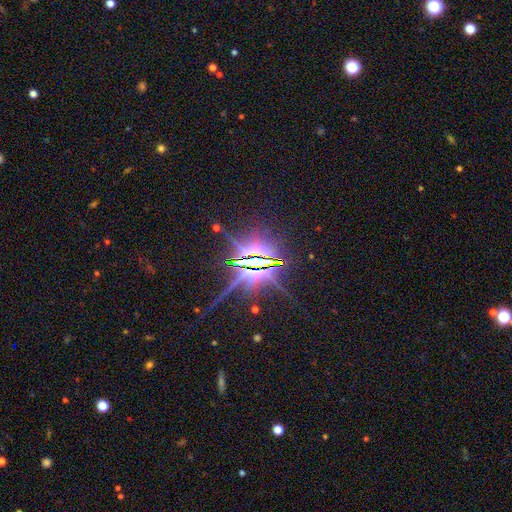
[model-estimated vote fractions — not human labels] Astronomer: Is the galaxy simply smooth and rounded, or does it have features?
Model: star or artifact — 80%.